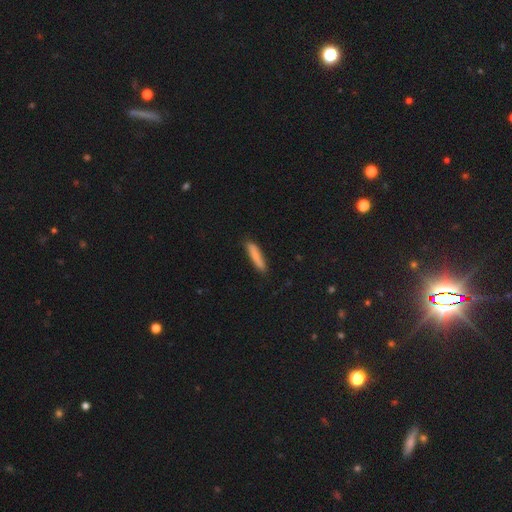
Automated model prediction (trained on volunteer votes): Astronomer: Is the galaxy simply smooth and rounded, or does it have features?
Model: smooth — 81%.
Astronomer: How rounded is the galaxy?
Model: cigar-shaped — 88%.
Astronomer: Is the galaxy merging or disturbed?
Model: none — 84%.